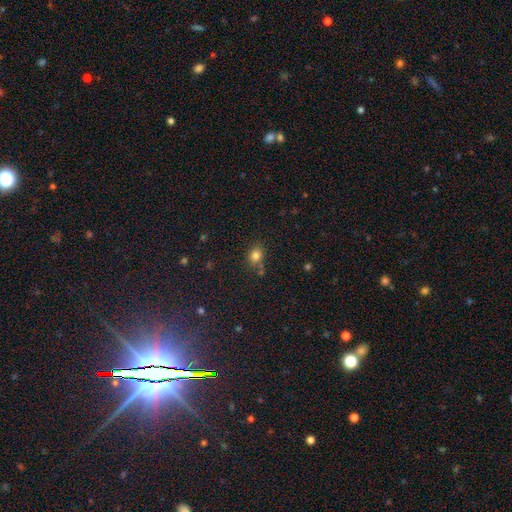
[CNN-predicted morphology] Smooth or featured? smooth (81%)
How rounded? round (63%)
Merging? none (68%)